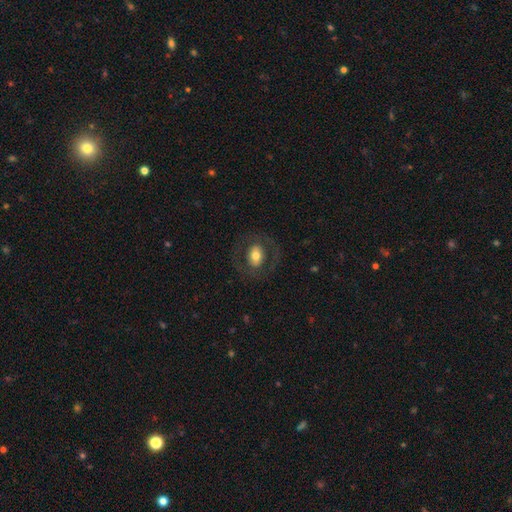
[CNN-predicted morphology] Smooth or featured? Predicted: smooth (p=0.56). How rounded? Predicted: in between (p=0.61). Merging? Predicted: none (p=0.77).